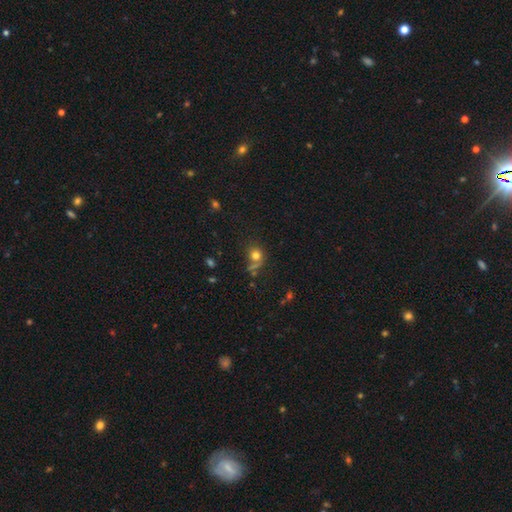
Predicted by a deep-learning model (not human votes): Smooth or featured? Predicted: smooth (p=0.76). How rounded? Predicted: round (p=0.79). Merging? Predicted: none (p=0.56).